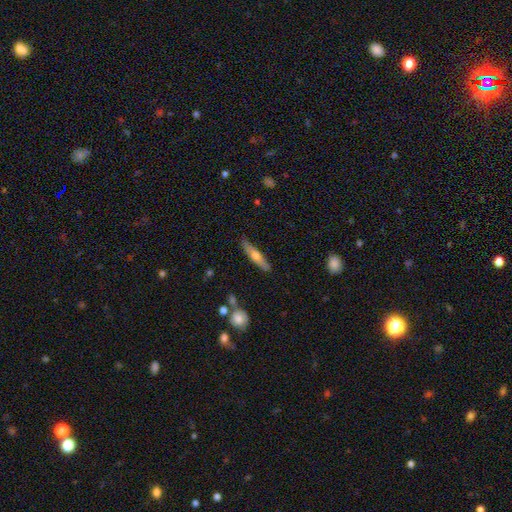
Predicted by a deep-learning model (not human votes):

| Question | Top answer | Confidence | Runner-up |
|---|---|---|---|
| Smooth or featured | smooth | 50% | featured or disk (44%) |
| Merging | none | 85% | minor disturbance (11%) |